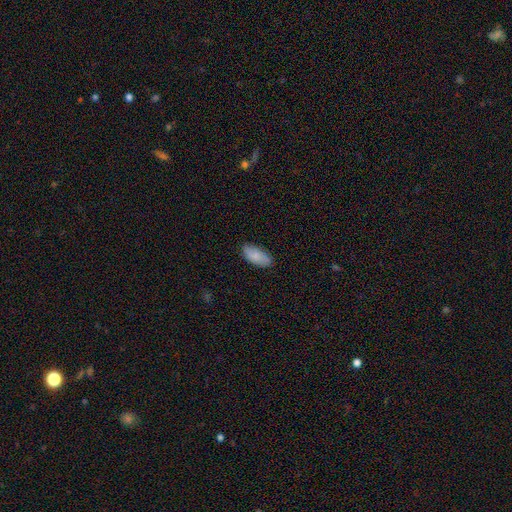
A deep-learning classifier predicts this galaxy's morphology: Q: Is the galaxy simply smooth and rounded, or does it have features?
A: smooth — 83%.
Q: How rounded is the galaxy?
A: in between — 90%.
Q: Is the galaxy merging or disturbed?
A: none — 82%.